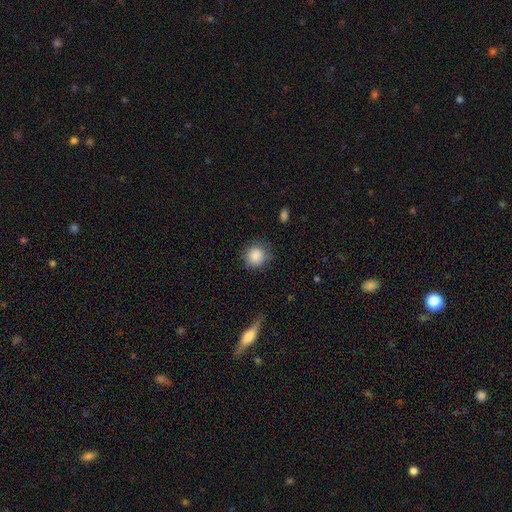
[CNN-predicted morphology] Overall: smooth (88%). How rounded: round (88%). Merging: none (79%).